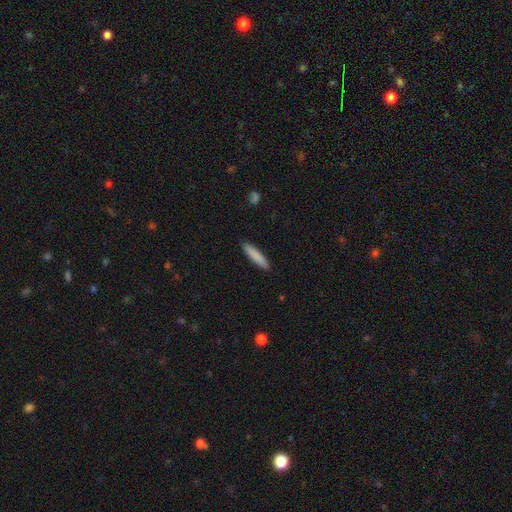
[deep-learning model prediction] Smooth or featured? smooth (86%)
How rounded? cigar-shaped (84%)
Merging? none (91%)